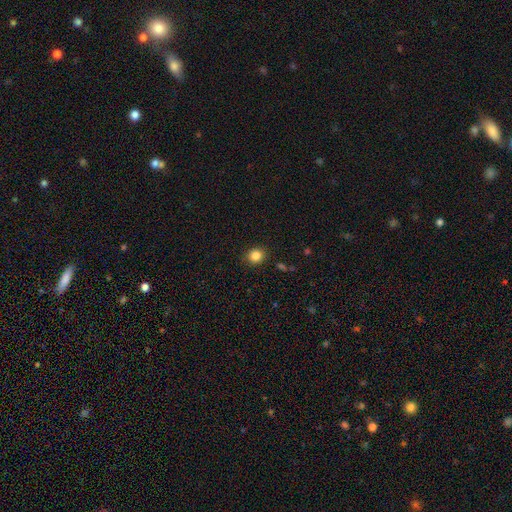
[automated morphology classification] Smooth or featured? Predicted: smooth (p=0.85). How rounded? Predicted: round (p=0.77). Merging? Predicted: none (p=0.88).